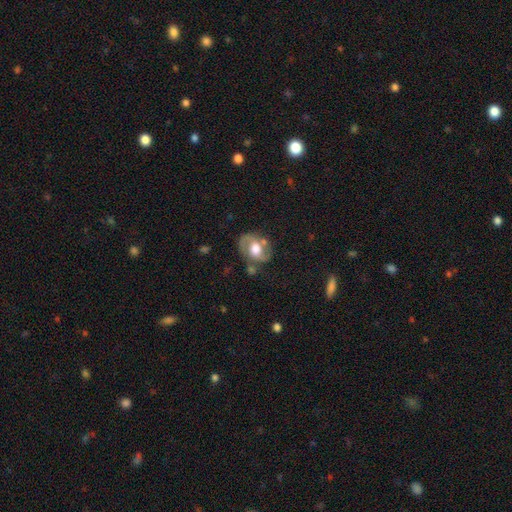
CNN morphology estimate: The model was most divided on "bulge size": moderate: 48%, large: 42%, small: 5%, dominant: 3%, none: 2%. More confident: edge-on disk — no (96%); spiral arm count — 2 (86%); spiral arms — yes (77%); smooth or featured — featured or disk (68%); merging — none (65%); bar — no (57%); spiral winding — medium (50%).